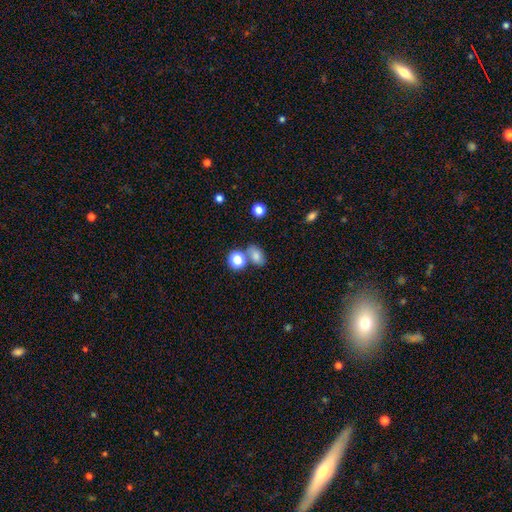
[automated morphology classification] The model was most divided on "merging": none: 61%, merger: 20%, minor disturbance: 14%, major disturbance: 5%. More confident: smooth or featured — smooth (77%); how rounded — in between (74%).